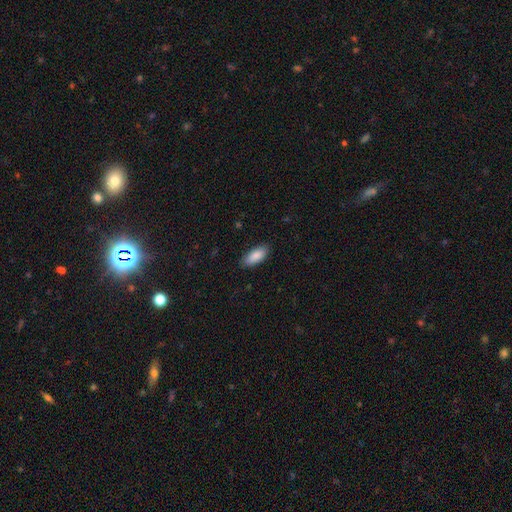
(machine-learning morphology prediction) Q: Smooth or featured?
A: smooth (89%); runner-up: star or artifact (6%)
Q: How rounded?
A: in between (86%); runner-up: cigar-shaped (13%)
Q: Merging?
A: none (87%); runner-up: minor disturbance (9%)